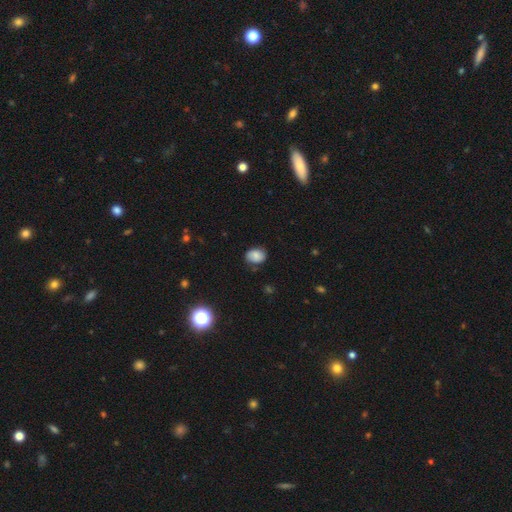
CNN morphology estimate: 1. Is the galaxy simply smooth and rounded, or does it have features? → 76% smooth, 14% featured or disk, 10% star or artifact.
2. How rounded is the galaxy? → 62% in between, 37% round, 1% cigar-shaped.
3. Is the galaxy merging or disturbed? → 73% none, 20% minor disturbance, 5% major disturbance, 2% merger.